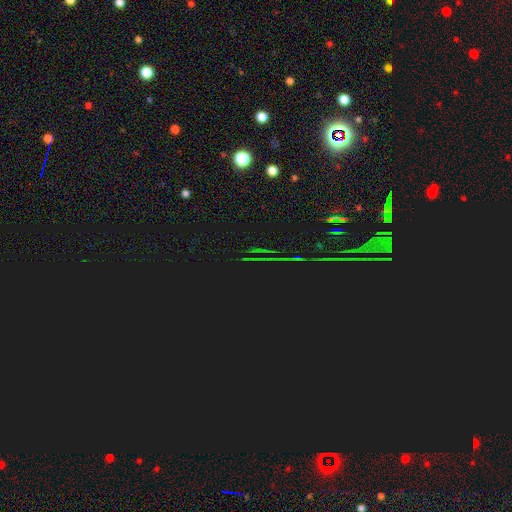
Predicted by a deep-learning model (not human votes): smooth-or-featured: star or artifact: 87% | smooth: 7% | featured or disk: 7%